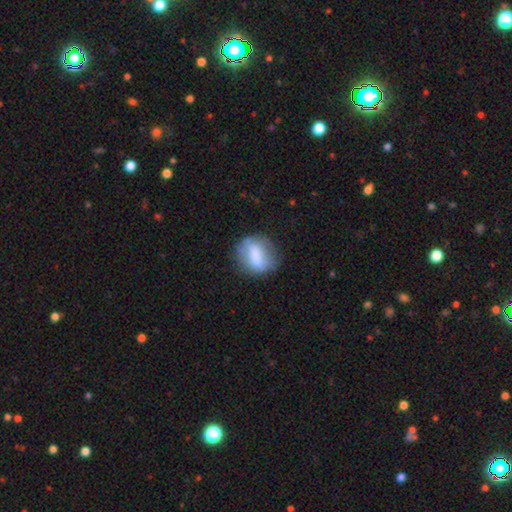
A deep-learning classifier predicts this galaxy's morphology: smooth_or_featured: smooth (p=0.60) [alt: featured or disk p=0.31]
how_rounded: round (p=0.54) [alt: in between p=0.42]
merging: none (p=0.63) [alt: minor disturbance p=0.22]